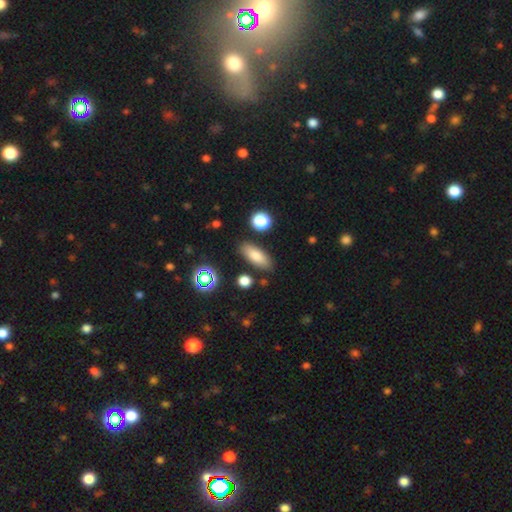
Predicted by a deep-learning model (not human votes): This is likely a smooth galaxy (79%). How rounded: likely in between (73%). Merging: clearly none (83%).